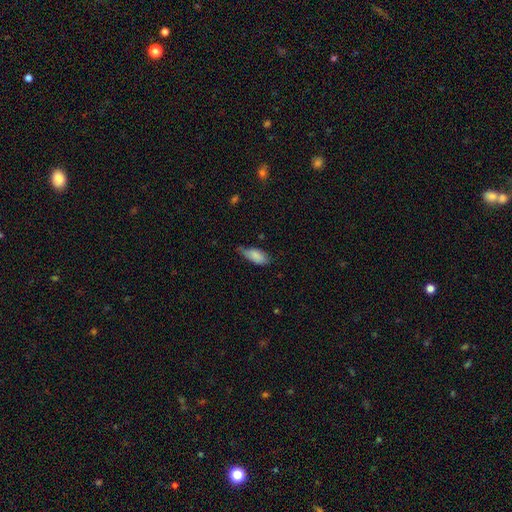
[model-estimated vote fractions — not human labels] Smooth or featured? Predicted: smooth (p=0.83). How rounded? Predicted: in between (p=0.84). Merging? Predicted: none (p=0.46).